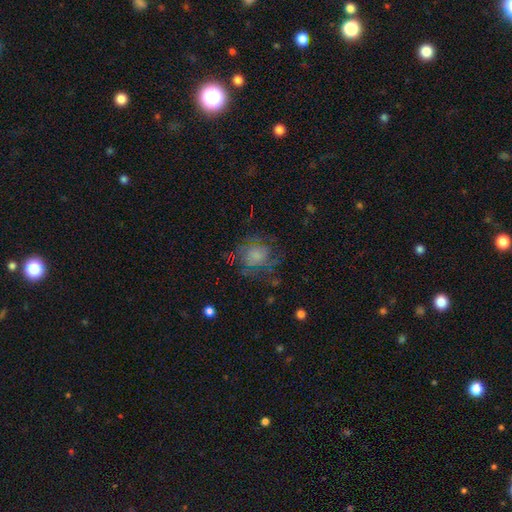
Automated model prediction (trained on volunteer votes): Smooth or featured? featured or disk (51%)
Edge-on disk? no (97%)
Merging? none (61%)